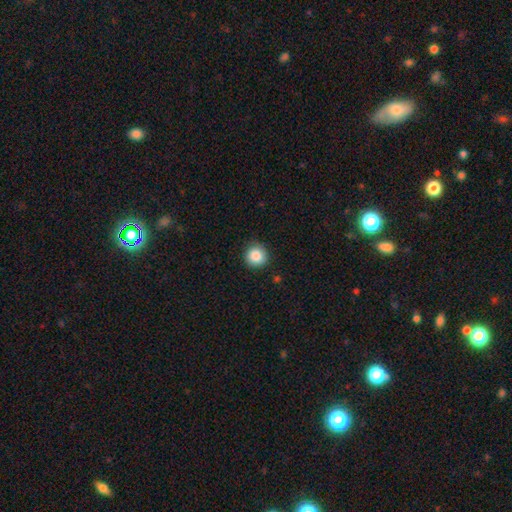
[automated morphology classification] A smooth galaxy with no disk features (87%) that is round (93%).

Vote fractions:
- Smooth or featured? smooth: 87% / star or artifact: 9% / featured or disk: 4%
- How rounded? round: 93% / in between: 6% / cigar-shaped: 1%
- Merging? none: 87% / minor disturbance: 10% / major disturbance: 2% / merger: 1%